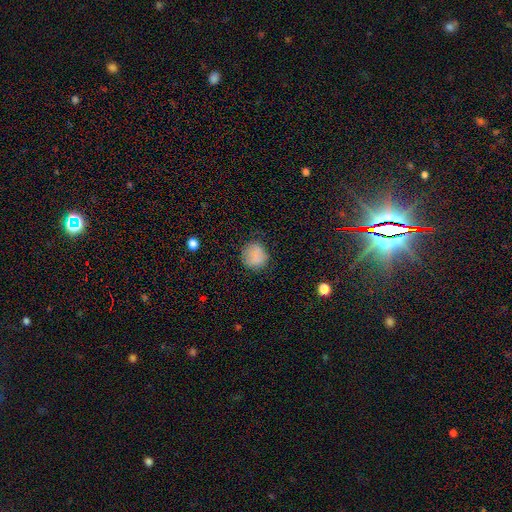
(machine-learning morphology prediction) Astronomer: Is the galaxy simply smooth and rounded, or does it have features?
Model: smooth — 82%.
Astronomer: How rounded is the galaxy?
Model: round — 86%.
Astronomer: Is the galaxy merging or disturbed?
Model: none — 76%.